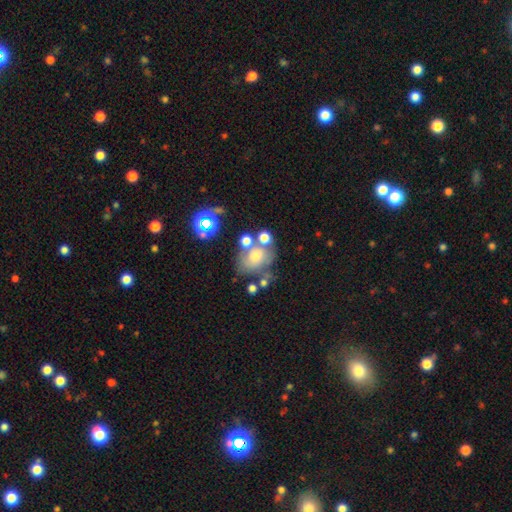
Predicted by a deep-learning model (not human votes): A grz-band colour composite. It shows a smooth galaxy with no disk features (49%). Merging: none (42%).